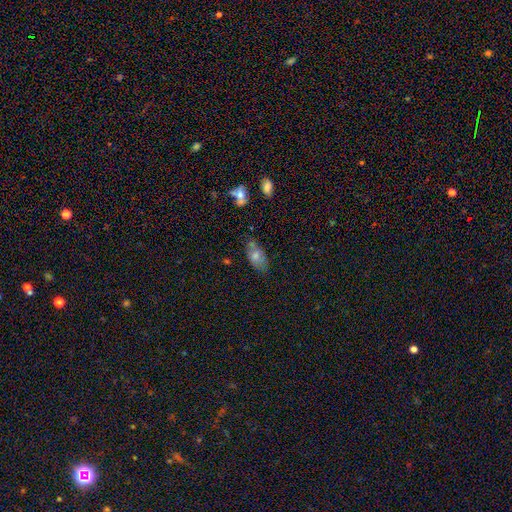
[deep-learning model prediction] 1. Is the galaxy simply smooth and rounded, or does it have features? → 60% smooth, 23% featured or disk, 16% star or artifact.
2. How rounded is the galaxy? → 85% in between, 8% round, 7% cigar-shaped.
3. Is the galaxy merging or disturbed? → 65% none, 21% minor disturbance, 10% merger, 5% major disturbance.